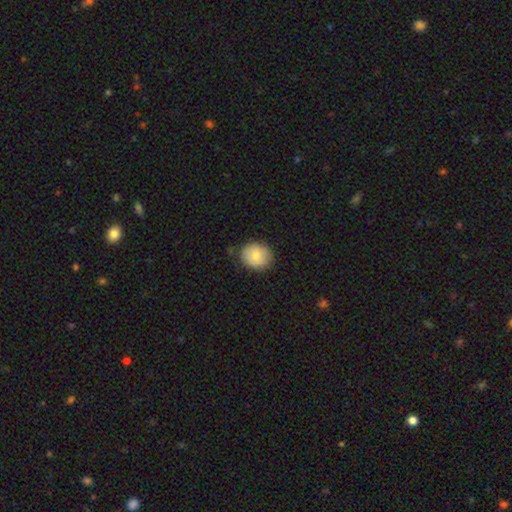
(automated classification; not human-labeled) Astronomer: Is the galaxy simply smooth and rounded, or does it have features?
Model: smooth — 79%.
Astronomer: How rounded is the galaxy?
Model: round — 67%.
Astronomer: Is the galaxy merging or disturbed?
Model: none — 80%.